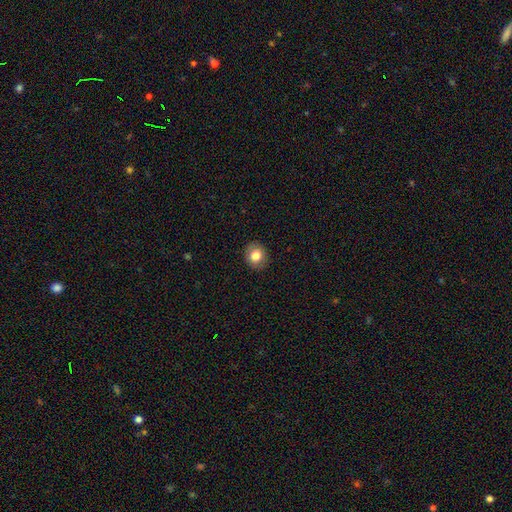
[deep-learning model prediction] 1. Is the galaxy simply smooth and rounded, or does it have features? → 81% smooth, 10% featured or disk, 9% star or artifact.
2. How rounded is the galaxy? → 72% round, 28% in between, 1% cigar-shaped.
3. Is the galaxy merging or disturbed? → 90% none, 7% minor disturbance, 2% major disturbance, 1% merger.